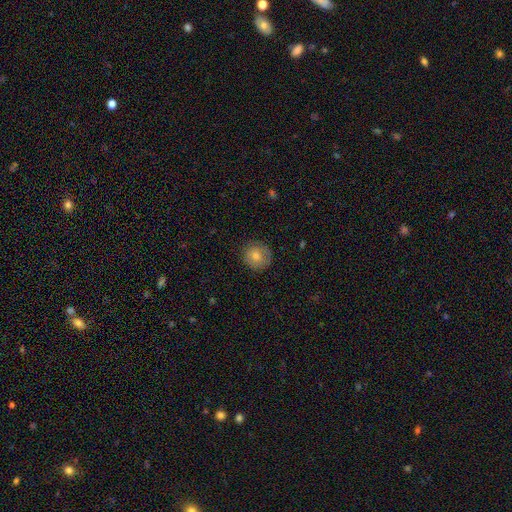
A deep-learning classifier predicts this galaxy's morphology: This appears to be a smooth galaxy with no disk features (71%) that is round (92%). Merging: none (85%).